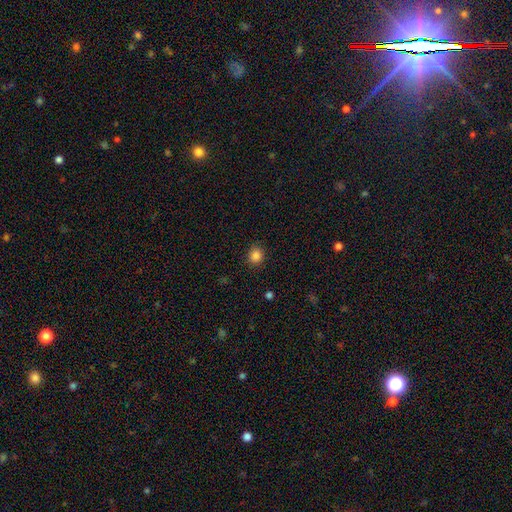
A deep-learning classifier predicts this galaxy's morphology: Smooth or featured: smooth — 85% (star or artifact — 11%)
How rounded: round — 84% (in between — 15%)
Merging: none — 89% (minor disturbance — 7%)